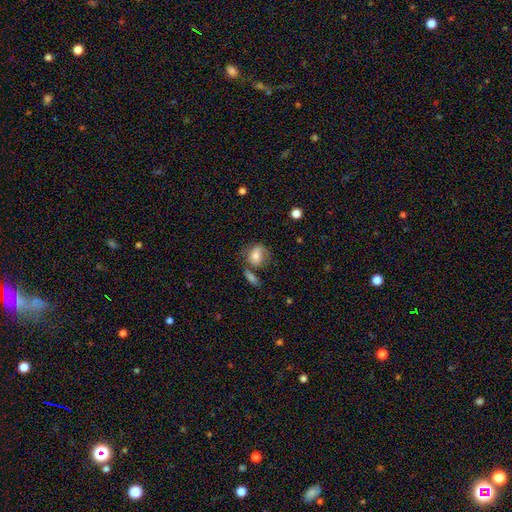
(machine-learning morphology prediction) Q: Smooth or featured?
A: smooth (65%); runner-up: featured or disk (26%)
Q: How rounded?
A: in between (51%); runner-up: round (47%)
Q: Merging?
A: none (46%); runner-up: minor disturbance (23%)